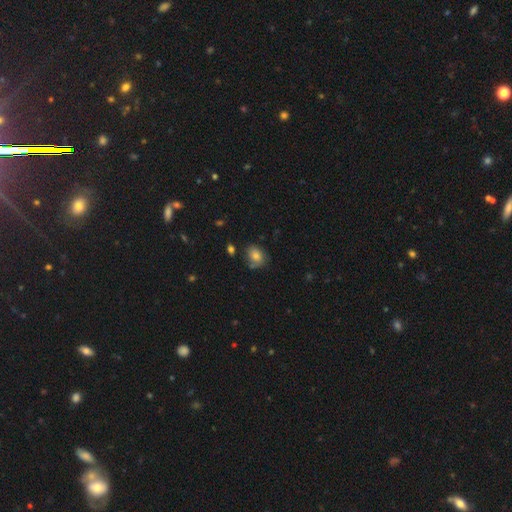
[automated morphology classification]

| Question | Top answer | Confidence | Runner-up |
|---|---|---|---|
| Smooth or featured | smooth | 75% | featured or disk (15%) |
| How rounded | in between | 55% | round (44%) |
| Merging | none | 63% | minor disturbance (24%) |